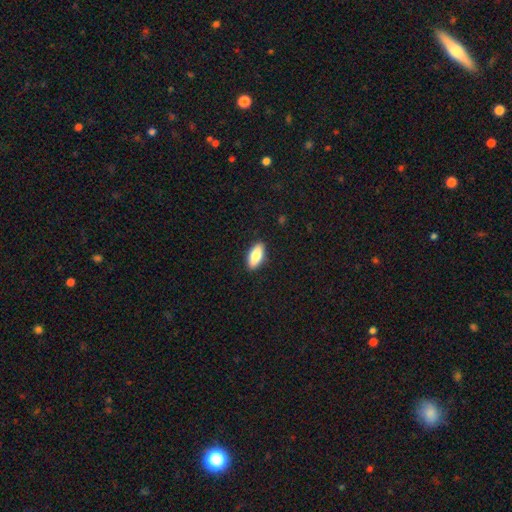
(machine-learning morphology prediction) Smooth or featured? Predicted: smooth (p=0.82). How rounded? Predicted: in between (p=0.85). Merging? Predicted: none (p=0.90).